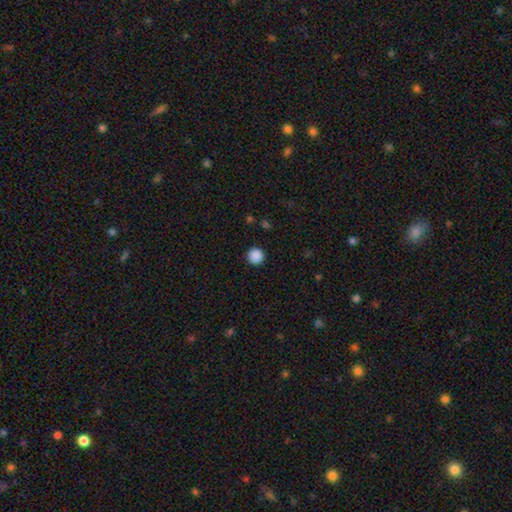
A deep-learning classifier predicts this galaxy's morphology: The model was most divided on "smooth or featured": smooth: 88%, star or artifact: 9%, featured or disk: 2%. More confident: how rounded — round (96%); merging — none (92%).